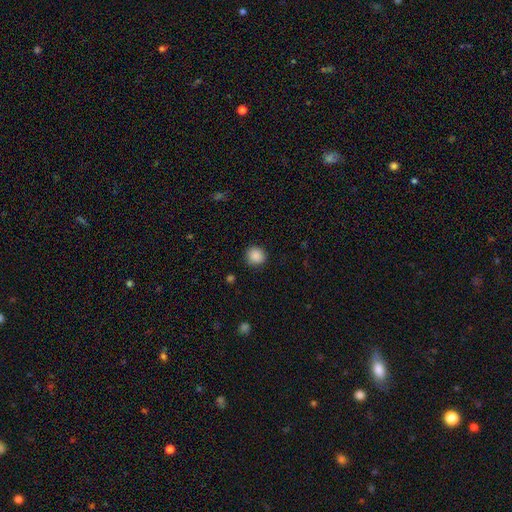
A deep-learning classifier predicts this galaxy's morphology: smooth-or-featured: smooth: 88% | star or artifact: 9% | featured or disk: 3%
  how-rounded: round: 90% | in between: 9% | cigar-shaped: 1%
  merging: none: 89% | minor disturbance: 7% | major disturbance: 2% | merger: 1%